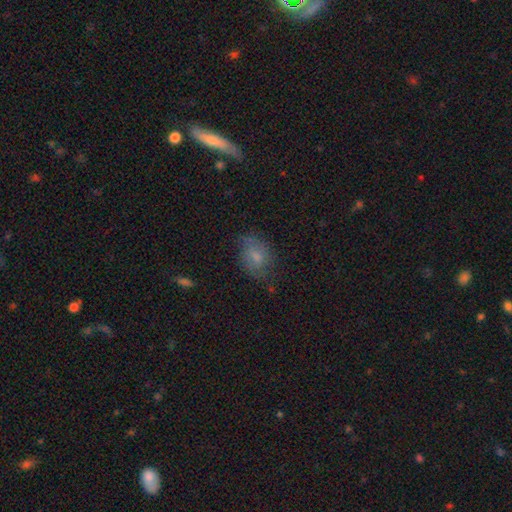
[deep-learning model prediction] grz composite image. It shows a smooth galaxy with no disk features (61%) that is in between round and cigar-shaped (69%). Merging: none (63%).